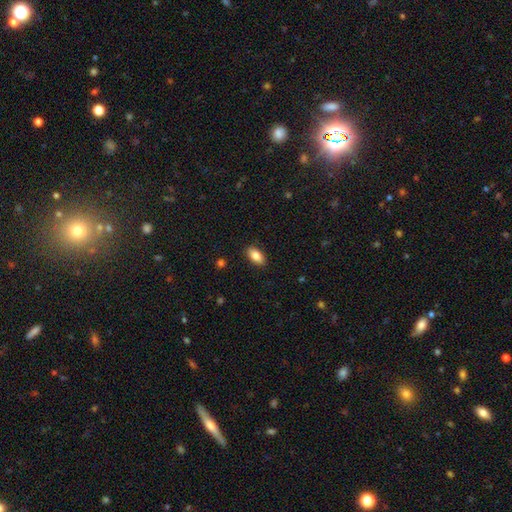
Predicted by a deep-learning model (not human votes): smooth-or-featured: smooth: 85% | featured or disk: 8% | star or artifact: 7%
  how-rounded: in between: 91% | cigar-shaped: 6% | round: 3%
  merging: none: 89% | minor disturbance: 8% | major disturbance: 2% | merger: 1%